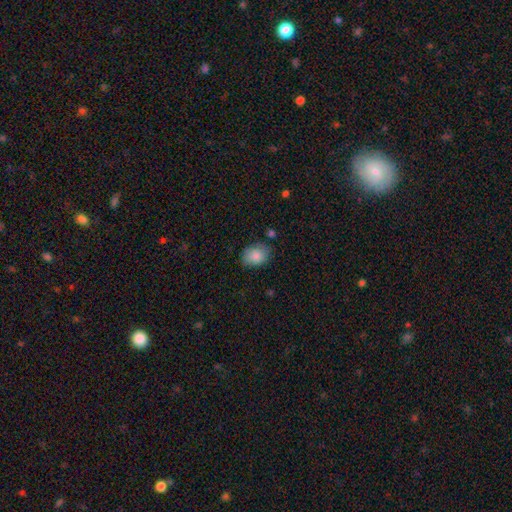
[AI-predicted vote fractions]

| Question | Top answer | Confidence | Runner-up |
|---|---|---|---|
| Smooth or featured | smooth | 86% | star or artifact (7%) |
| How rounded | in between | 73% | round (26%) |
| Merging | none | 76% | minor disturbance (18%) |